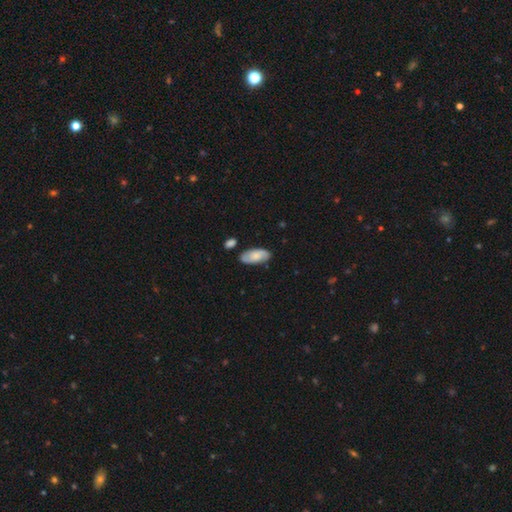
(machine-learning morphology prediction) Smooth or featured: smooth — 55% (featured or disk — 39%)
How rounded: in between — 90% (cigar-shaped — 7%)
Merging: none — 77% (minor disturbance — 15%)